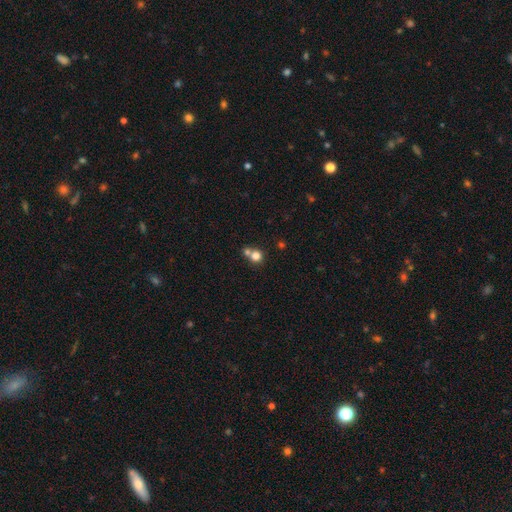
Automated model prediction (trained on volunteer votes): The model was most divided on "merging": none: 46%, merger: 45%, minor disturbance: 6%, major disturbance: 3%. More confident: how rounded — round (88%); smooth or featured — smooth (78%).